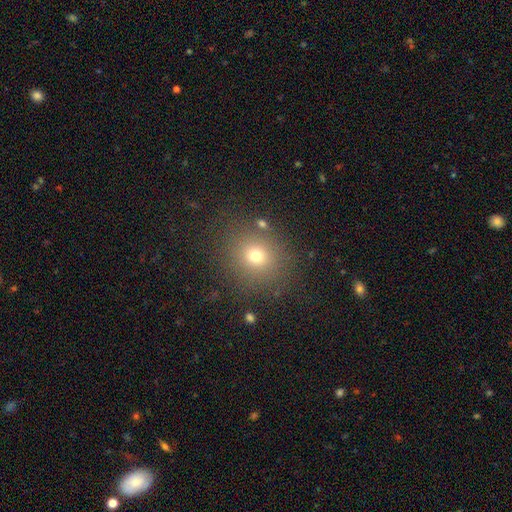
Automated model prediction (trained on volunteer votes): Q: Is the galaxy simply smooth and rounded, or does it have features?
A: smooth — 66%.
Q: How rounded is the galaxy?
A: round — 83%.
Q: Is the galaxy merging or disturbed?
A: none — 86%.